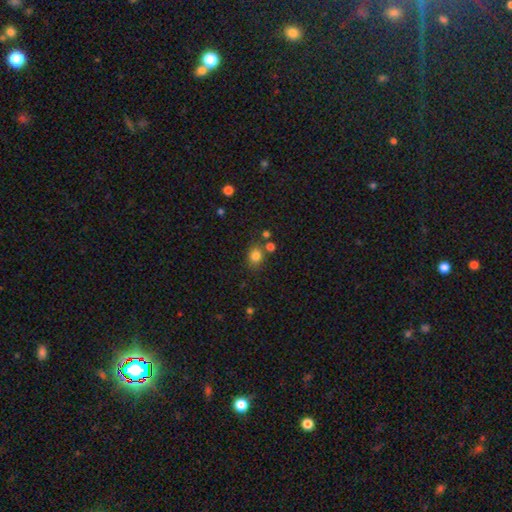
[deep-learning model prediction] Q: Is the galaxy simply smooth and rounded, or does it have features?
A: smooth — 81%.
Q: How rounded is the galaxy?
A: round — 60%.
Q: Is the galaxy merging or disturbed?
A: none — 73%.